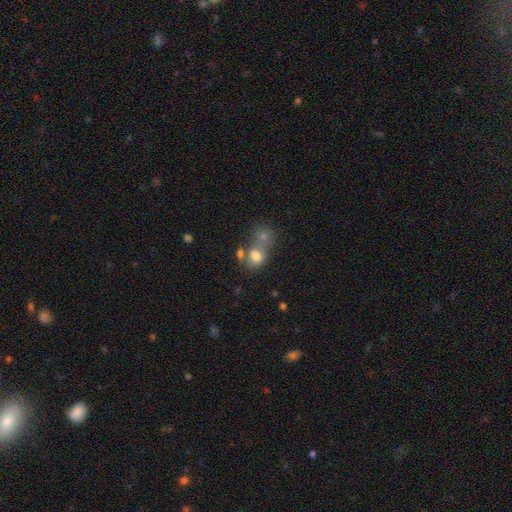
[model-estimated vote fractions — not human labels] A smooth galaxy with no disk features (74%) that is in between round and cigar-shaped (56%). Merging: merger (53%).